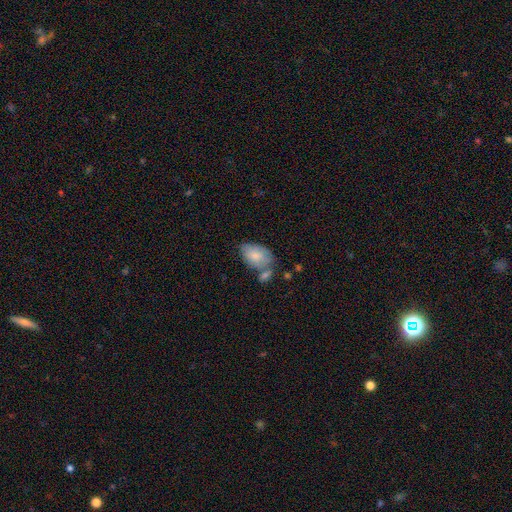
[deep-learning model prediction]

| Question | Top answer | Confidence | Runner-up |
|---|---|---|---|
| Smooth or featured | smooth | 79% | featured or disk (15%) |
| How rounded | in between | 90% | round (9%) |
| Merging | none | 45% | merger (24%) |